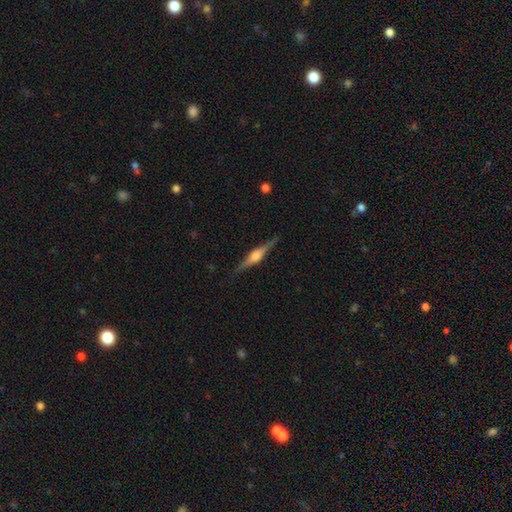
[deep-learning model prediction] A featured or disk galaxy (79%) viewed edge-on (98%) with a rounded central bulge (89%).

Vote fractions:
- Smooth or featured? featured or disk: 79% / smooth: 15% / star or artifact: 6%
- Edge-on disk? yes: 98% / no: 2%
- Edge-on bulge? rounded: 89% / boxy: 9% / none: 2%
- Merging? none: 89% / minor disturbance: 8% / major disturbance: 2% / merger: 1%